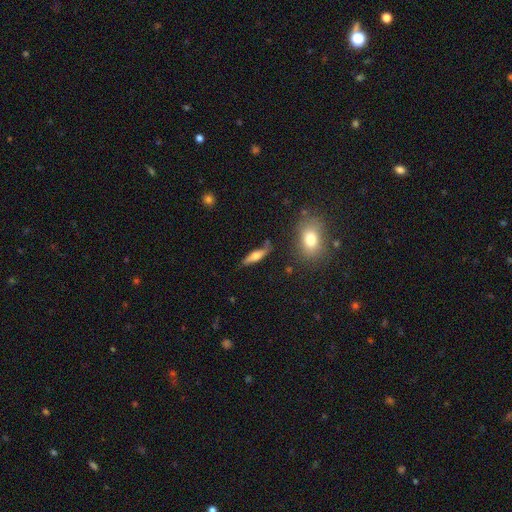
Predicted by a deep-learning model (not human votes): Smooth or featured: featured or disk — 48% (smooth — 45%)
Merging: none — 75% (minor disturbance — 16%)